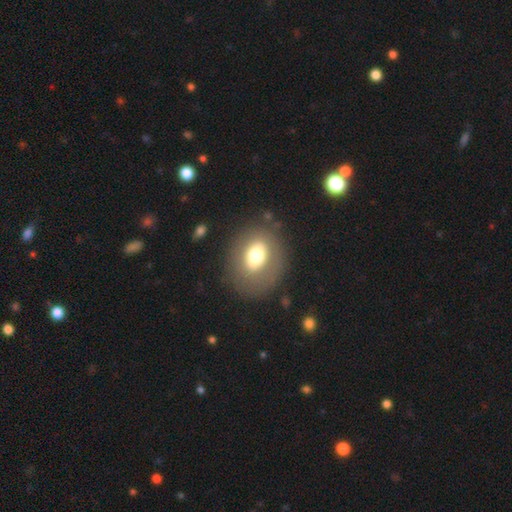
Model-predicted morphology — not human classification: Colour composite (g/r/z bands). It shows a smooth galaxy with no disk features (63%) that is in between round and cigar-shaped (53%). Merging: none (77%).